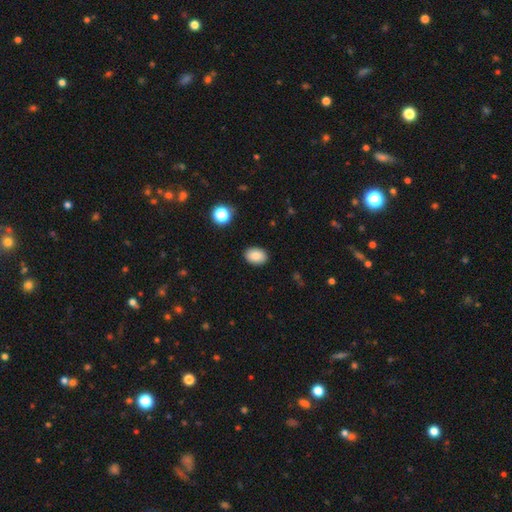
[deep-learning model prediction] The model was most divided on "how rounded": in between: 78%, round: 21%, cigar-shaped: 1%. More confident: merging — none (89%); smooth or featured — smooth (86%).